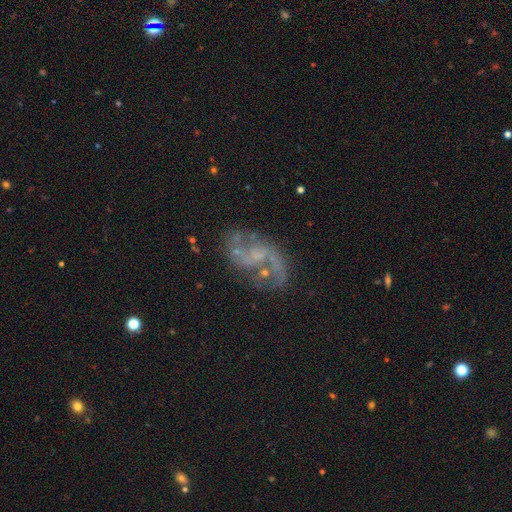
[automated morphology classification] Overall: featured or disk (80%). Edge-on disk: no (97%). Bar: no (49%; weak 41%). Spiral arms: yes (87%). Spiral arm count: 2 (82%). Spiral winding: loose (62%; medium 30%). Bulge size: small (46%; none 39%). Merging: none (64%).